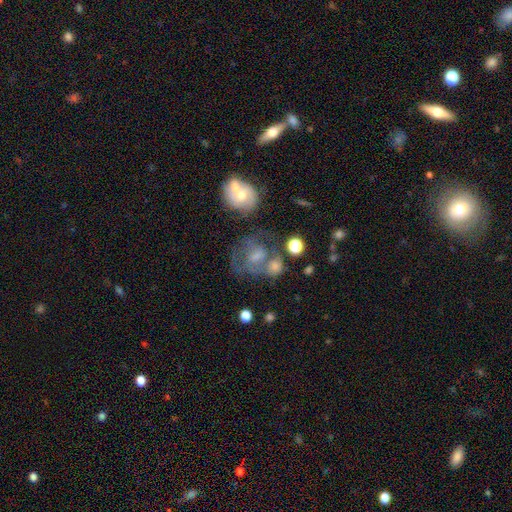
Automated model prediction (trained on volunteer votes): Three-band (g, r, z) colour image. It shows a featured or disk galaxy (49%). Merging: none (33%).